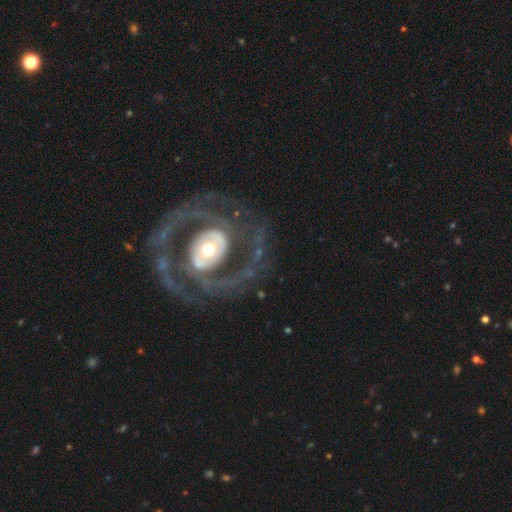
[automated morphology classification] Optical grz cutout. It shows a featured or disk galaxy (87%) with no bar (56%), 2 (78%) tight (50%) spiral arms (86%) and a moderate central bulge (49%). Merging: none (76%).